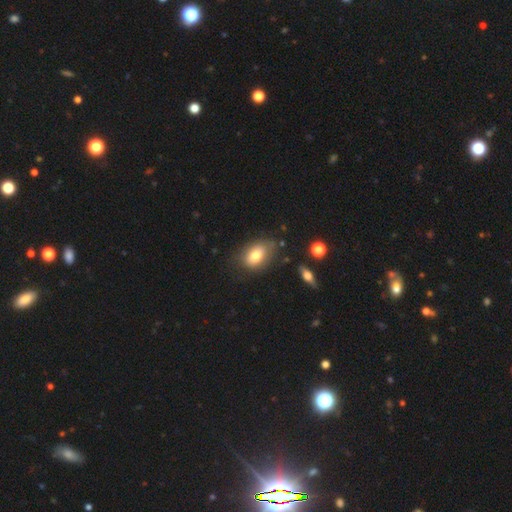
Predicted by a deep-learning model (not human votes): This appears to be a smooth galaxy with no disk features (76%) that is in between round and cigar-shaped (84%). Merging: none (68%).